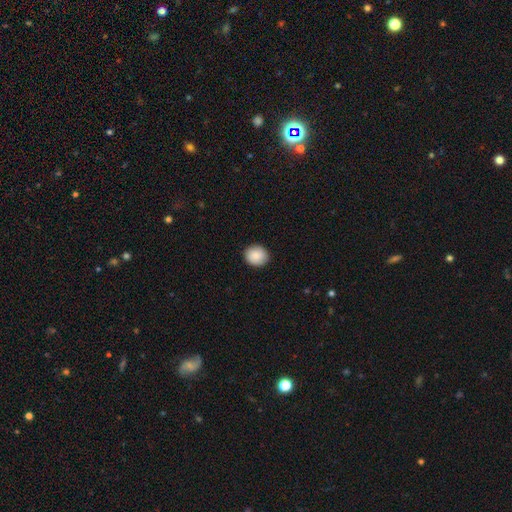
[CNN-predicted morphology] Q: Smooth or featured?
A: smooth (87%); runner-up: star or artifact (7%)
Q: How rounded?
A: round (77%); runner-up: in between (22%)
Q: Merging?
A: none (89%); runner-up: minor disturbance (8%)